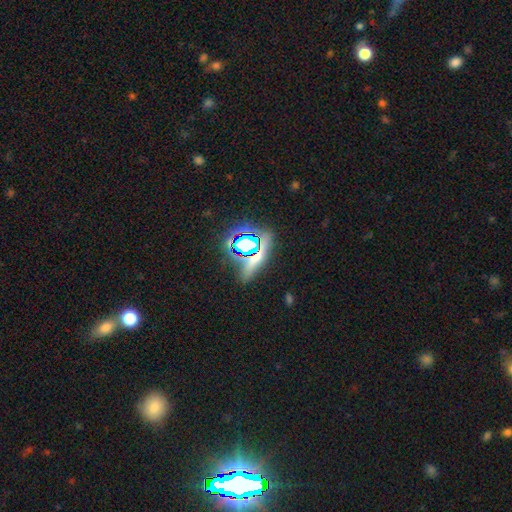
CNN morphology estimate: Smooth or featured? Predicted: star or artifact (p=0.46).